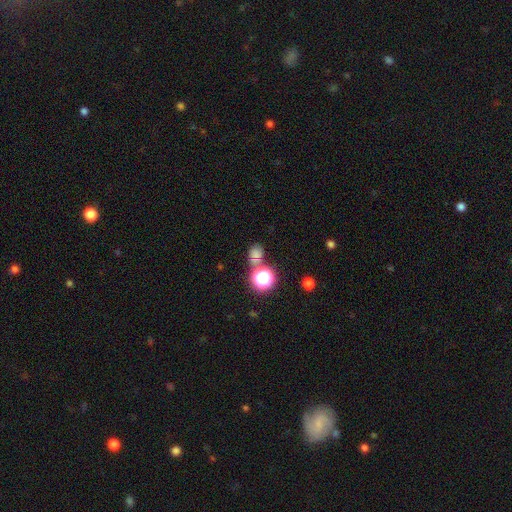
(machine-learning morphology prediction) A smooth galaxy with no disk features (61%) that is round (69%).

Vote fractions:
- Smooth or featured? smooth: 61% / star or artifact: 31% / featured or disk: 8%
- How rounded? round: 69% / in between: 30% / cigar-shaped: 1%
- Merging? none: 63% / merger: 21% / minor disturbance: 11% / major disturbance: 5%